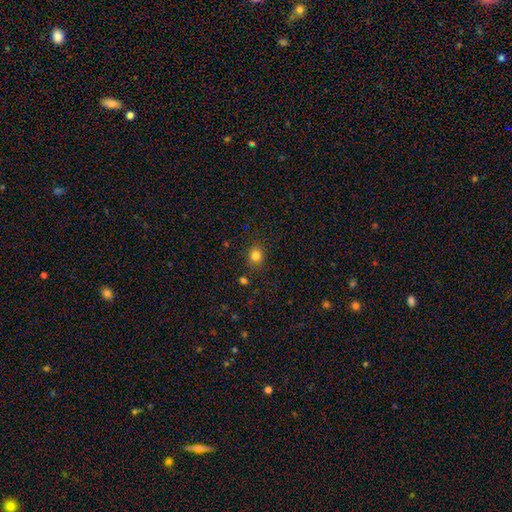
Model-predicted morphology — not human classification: Smooth or featured: smooth — 82% (star or artifact — 13%)
How rounded: round — 75% (in between — 24%)
Merging: none — 85% (minor disturbance — 9%)